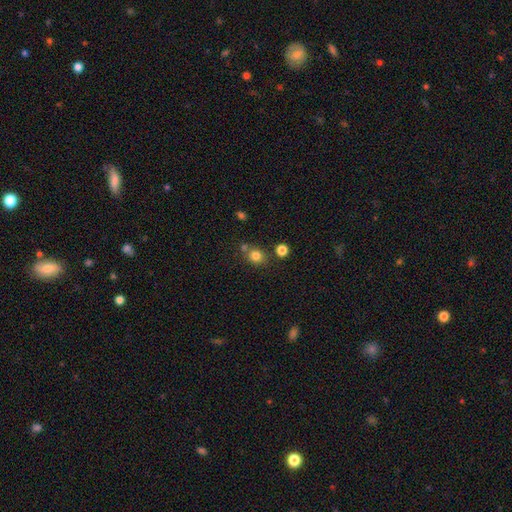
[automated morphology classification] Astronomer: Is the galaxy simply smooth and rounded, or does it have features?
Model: smooth — 81%.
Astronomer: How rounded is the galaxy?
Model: round — 76%.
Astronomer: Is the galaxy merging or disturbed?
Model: none — 68%.